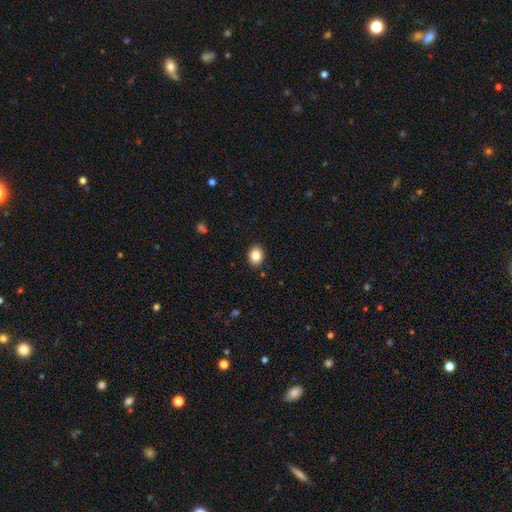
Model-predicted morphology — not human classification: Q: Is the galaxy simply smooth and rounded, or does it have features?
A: smooth — 86%.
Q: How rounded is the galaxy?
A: in between — 54%.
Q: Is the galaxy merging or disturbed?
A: none — 89%.